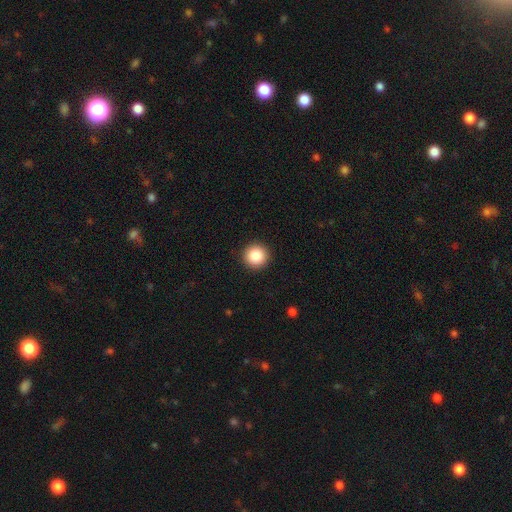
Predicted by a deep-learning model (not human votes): This appears to be a smooth galaxy with no disk features (87%) that is round (96%). Merging: none (93%).